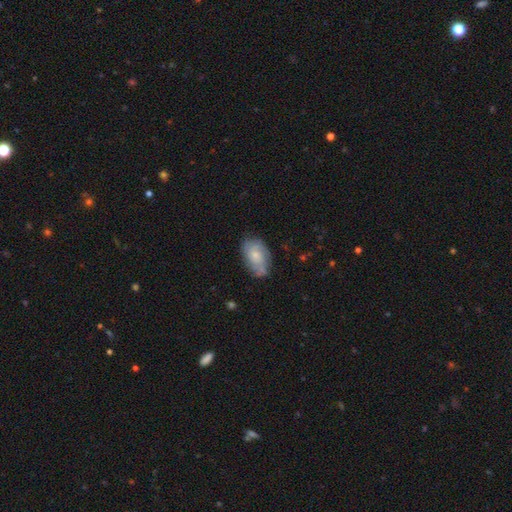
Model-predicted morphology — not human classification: smooth_or_featured: smooth (p=0.58) [alt: featured or disk p=0.35]
how_rounded: in between (p=0.90) [alt: round p=0.08]
merging: none (p=0.60) [alt: minor disturbance p=0.28]